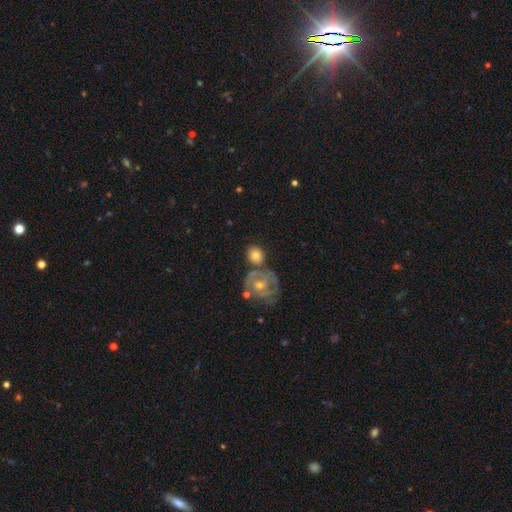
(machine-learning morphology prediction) Smooth or featured? smooth (65%)
How rounded? round (79%)
Merging? none (61%)